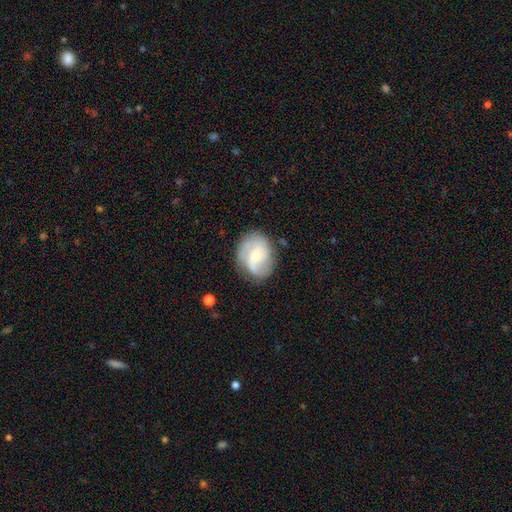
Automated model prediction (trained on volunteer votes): Smooth or featured? Predicted: featured or disk (p=0.75). Edge-on disk? Predicted: no (p=0.97). Bar? Predicted: no (p=0.49). Spiral arms? Predicted: yes (p=0.94). Spiral winding? Predicted: medium (p=0.47). Spiral arm count? Predicted: 2 (p=0.60). Bulge size? Predicted: small (p=0.50). Merging? Predicted: none (p=0.75).